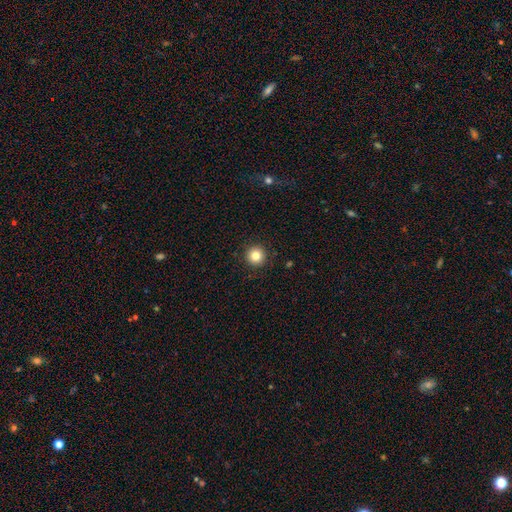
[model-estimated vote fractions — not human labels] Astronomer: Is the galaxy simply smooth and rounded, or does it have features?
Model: smooth — 83%.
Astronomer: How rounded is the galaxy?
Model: round — 96%.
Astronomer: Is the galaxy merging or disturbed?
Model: none — 93%.